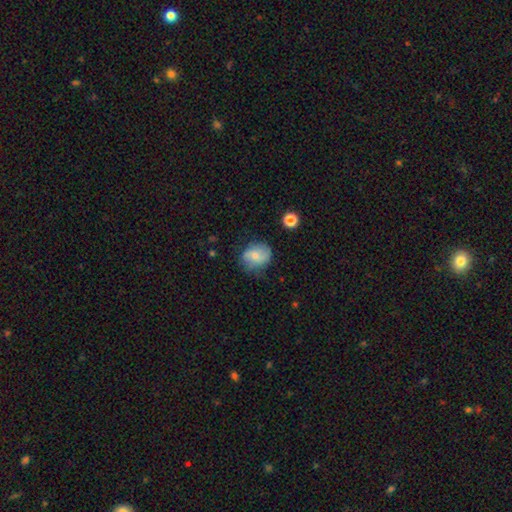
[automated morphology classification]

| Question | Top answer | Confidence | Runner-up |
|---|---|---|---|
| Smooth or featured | smooth | 67% | featured or disk (25%) |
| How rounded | round | 62% | in between (37%) |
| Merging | none | 64% | minor disturbance (26%) |